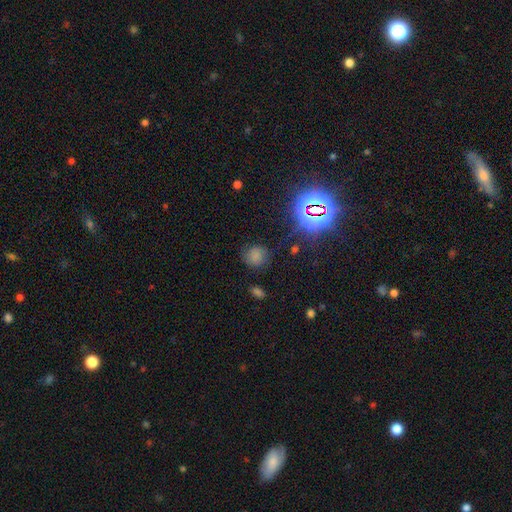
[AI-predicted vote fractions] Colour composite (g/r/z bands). It shows a smooth galaxy with no disk features (67%) that is round (82%). Merging: none (77%).